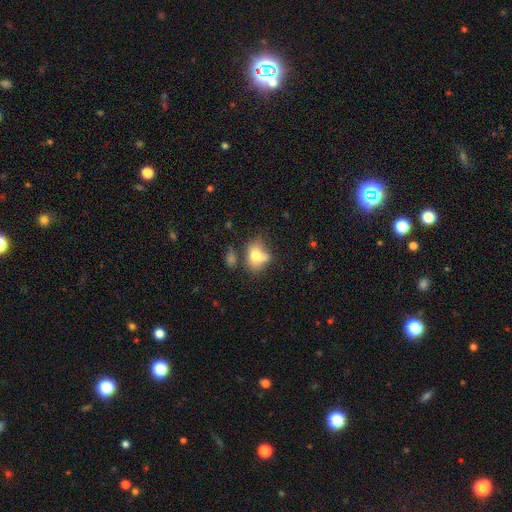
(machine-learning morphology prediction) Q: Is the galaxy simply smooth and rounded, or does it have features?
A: smooth — 69%.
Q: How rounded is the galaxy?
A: in between — 58%.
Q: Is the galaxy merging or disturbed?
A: none — 38%.